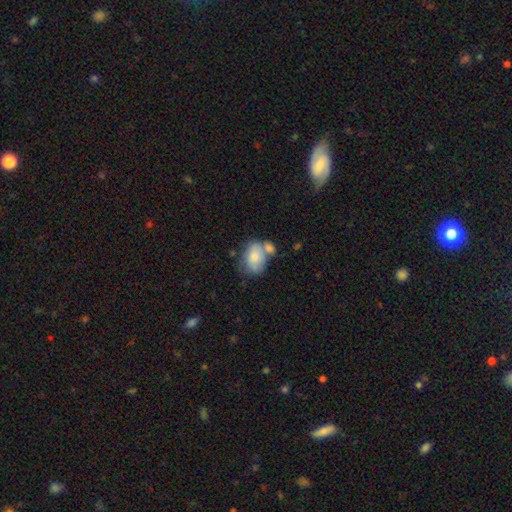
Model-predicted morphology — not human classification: A smooth galaxy with no disk features (72%) that is in between round and cigar-shaped (76%). Merging: merger (37%).